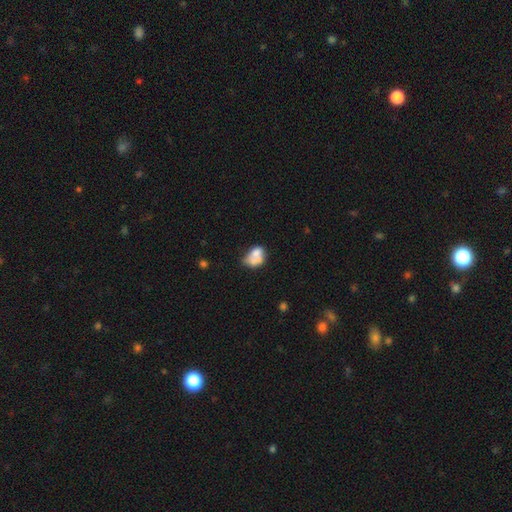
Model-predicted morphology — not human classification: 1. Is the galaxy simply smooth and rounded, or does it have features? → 60% smooth, 30% featured or disk, 10% star or artifact.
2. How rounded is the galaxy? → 69% in between, 30% round, 1% cigar-shaped.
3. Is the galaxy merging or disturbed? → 48% merger, 24% none, 17% minor disturbance, 12% major disturbance.